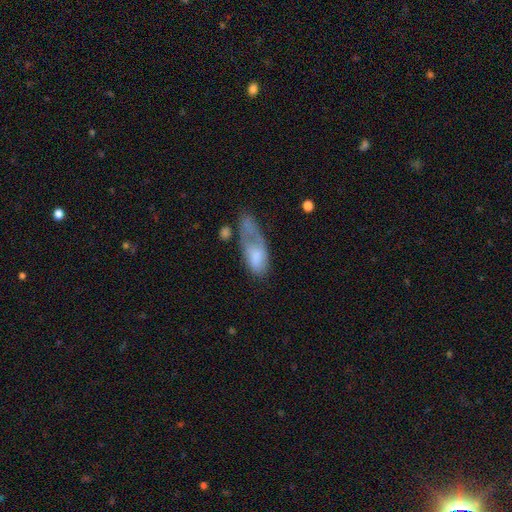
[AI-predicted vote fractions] A smooth galaxy with no disk features (59%) that is in between round and cigar-shaped (79%). Merging: major disturbance (38%).